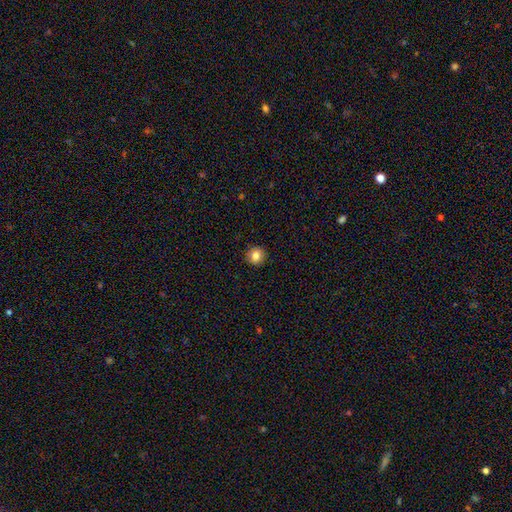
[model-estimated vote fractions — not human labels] Morphology: type=smooth (83%); roundness=round (91%); merging=none (91%).